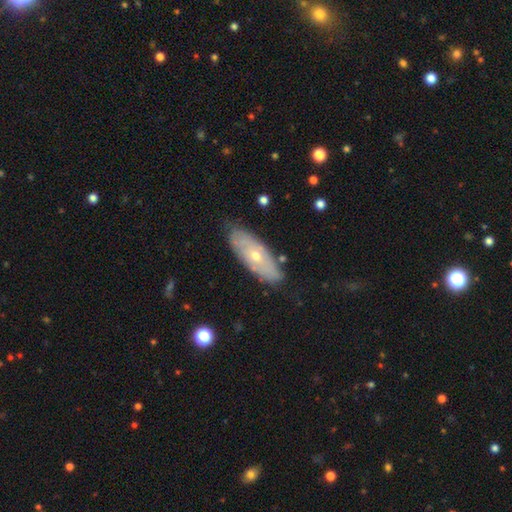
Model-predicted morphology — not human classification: Smooth or featured?
  - featured or disk: 54% *
  - smooth: 40%
  - star or artifact: 7%
Edge-on disk?
  - no: 76% *
  - yes: 24%
Merging?
  - none: 80% *
  - minor disturbance: 15%
  - major disturbance: 3%
  - merger: 2%